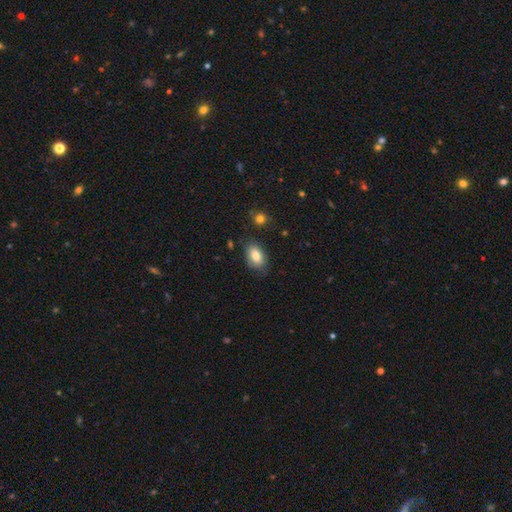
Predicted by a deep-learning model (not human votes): This is clearly a smooth galaxy (83%). How rounded: clearly in between (90%). Merging: likely none (78%).